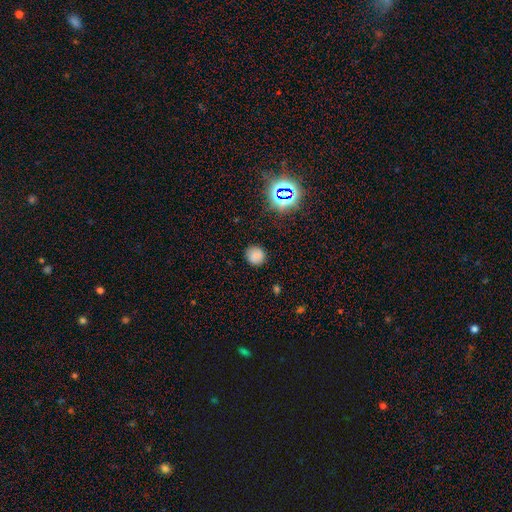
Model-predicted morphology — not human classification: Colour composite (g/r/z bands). It shows a smooth galaxy with no disk features (77%) that is round (90%). Merging: none (87%).